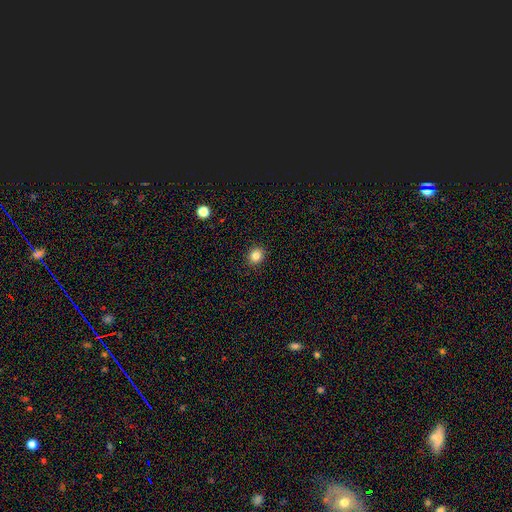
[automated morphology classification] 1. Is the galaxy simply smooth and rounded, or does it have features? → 84% smooth, 11% star or artifact, 6% featured or disk.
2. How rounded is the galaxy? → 74% round, 25% in between, 1% cigar-shaped.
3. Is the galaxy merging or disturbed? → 91% none, 7% minor disturbance, 2% major disturbance, 1% merger.